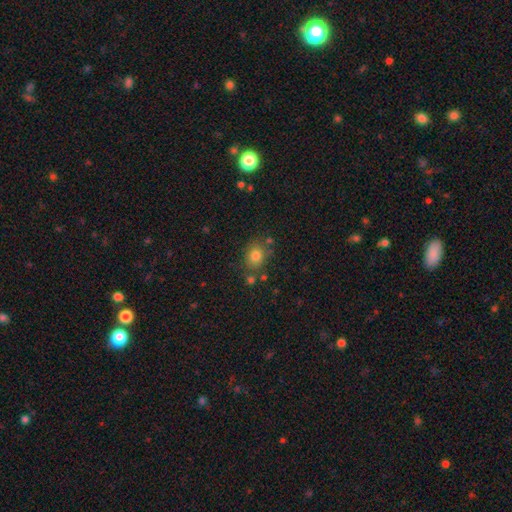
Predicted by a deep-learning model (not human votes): smooth 79%, star or artifact 13%, featured or disk 8%. Down the decision tree: how rounded — round (60%); merging — none (74%).